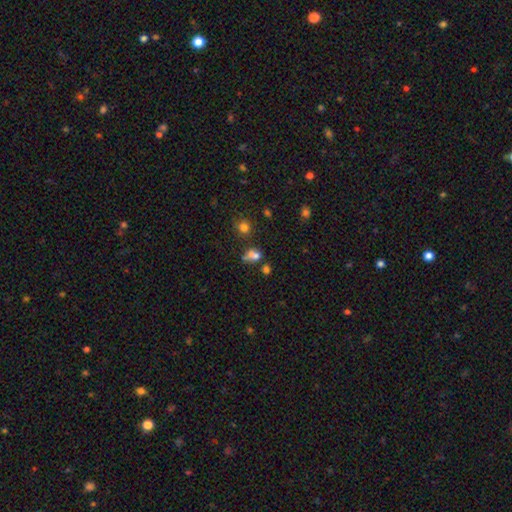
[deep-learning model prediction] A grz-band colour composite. It shows a smooth galaxy with no disk features (68%) that is in between round and cigar-shaped (53%). Merging: merger (42%).